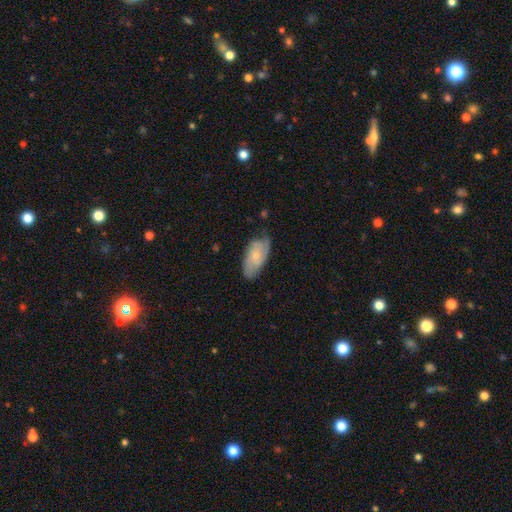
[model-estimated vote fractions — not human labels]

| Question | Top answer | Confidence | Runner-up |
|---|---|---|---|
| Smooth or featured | featured or disk | 50% | smooth (44%) |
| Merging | none | 67% | minor disturbance (26%) |